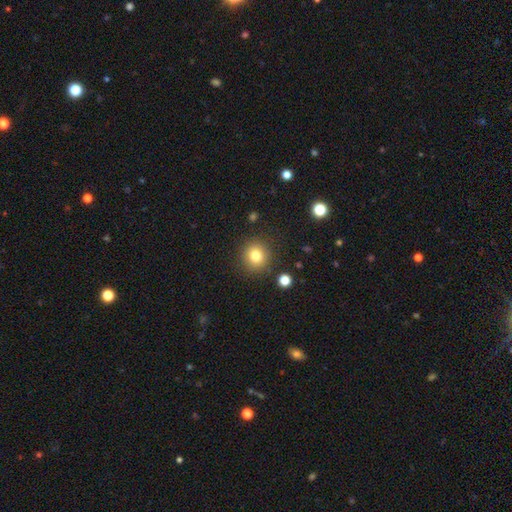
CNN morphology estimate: Smooth or featured? smooth (80%)
How rounded? round (90%)
Merging? none (88%)